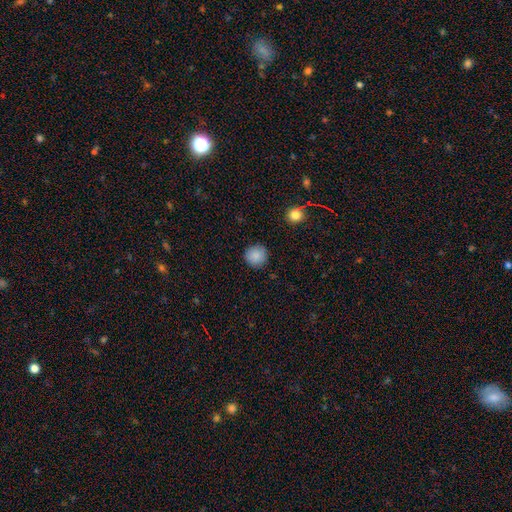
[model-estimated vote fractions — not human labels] This is clearly a smooth galaxy (88%). How rounded: clearly round (94%). Merging: clearly none (91%).